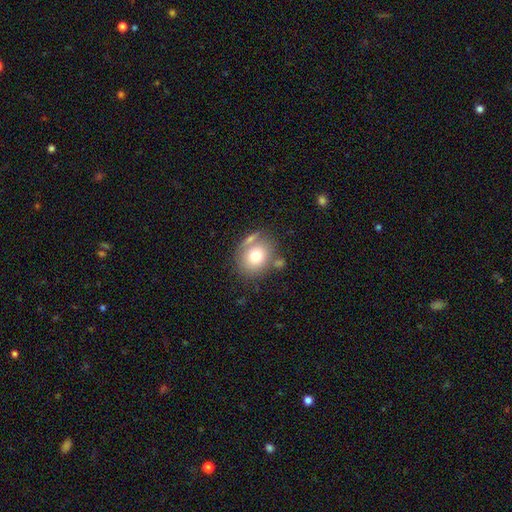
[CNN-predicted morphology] Overall: smooth (73%). How rounded: round (65%; in between 34%). Merging: none (61%).